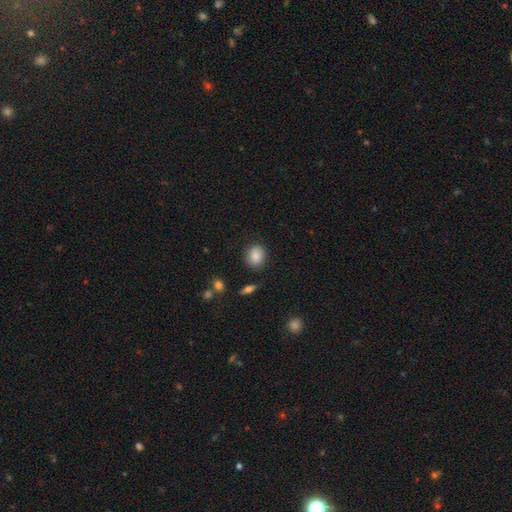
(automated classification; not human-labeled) This is clearly a smooth galaxy (85%). How rounded: likely round (62%). Merging: clearly none (84%).